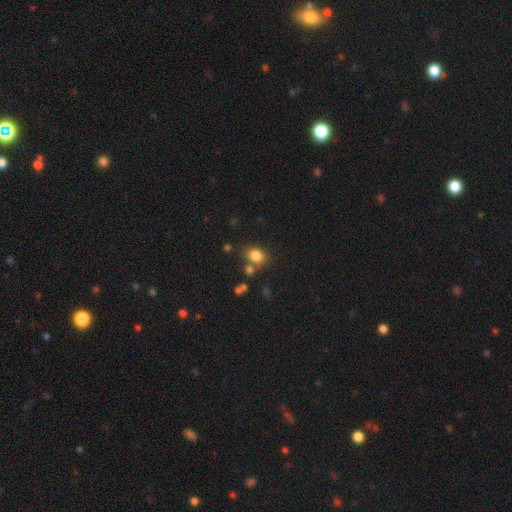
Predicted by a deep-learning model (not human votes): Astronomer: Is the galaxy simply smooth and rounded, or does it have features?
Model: smooth — 81%.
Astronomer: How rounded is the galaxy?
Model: in between — 50% (runner-up: round, 49%).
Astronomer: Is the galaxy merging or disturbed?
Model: none — 66%.